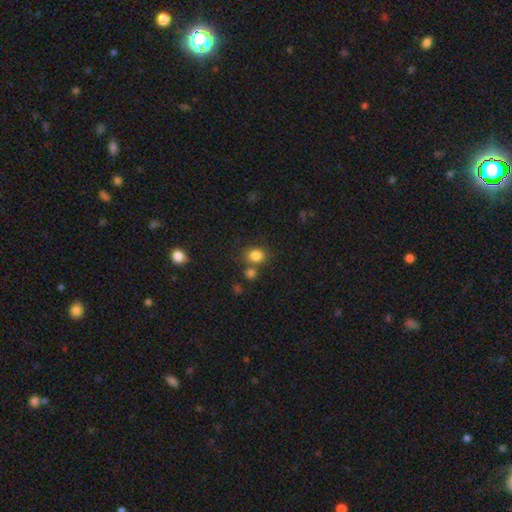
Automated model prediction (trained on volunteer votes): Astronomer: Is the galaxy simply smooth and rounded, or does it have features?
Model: smooth — 82%.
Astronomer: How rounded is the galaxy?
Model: round — 70%.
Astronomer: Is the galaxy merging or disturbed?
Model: none — 68%.